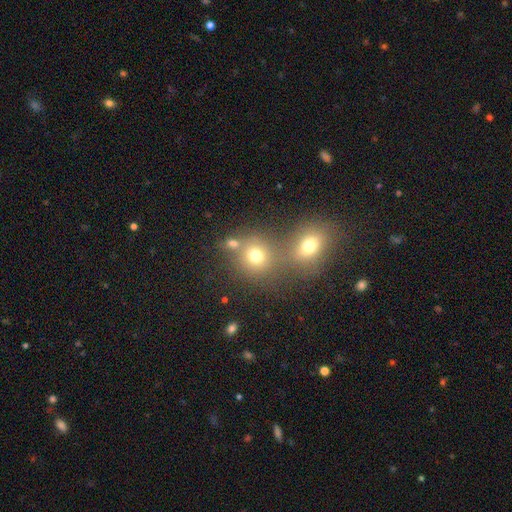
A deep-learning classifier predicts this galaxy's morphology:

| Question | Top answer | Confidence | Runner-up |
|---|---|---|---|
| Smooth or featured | smooth | 73% | star or artifact (17%) |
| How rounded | round | 83% | in between (16%) |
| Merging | none | 50% | merger (38%) |